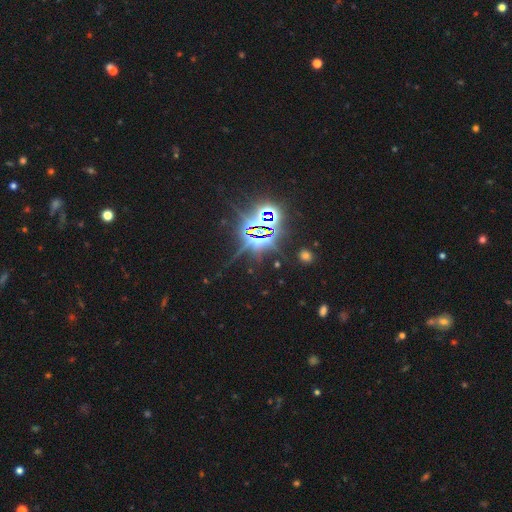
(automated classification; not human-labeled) A star or artifact, not a galaxy (86%).